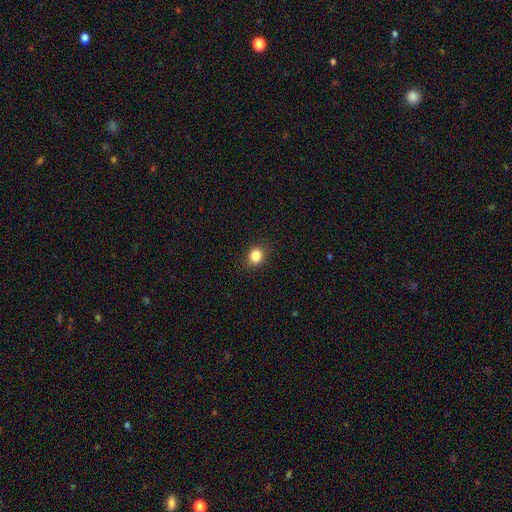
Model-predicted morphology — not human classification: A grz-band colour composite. It shows a smooth galaxy with no disk features (85%) that is round (57%). Merging: none (89%).